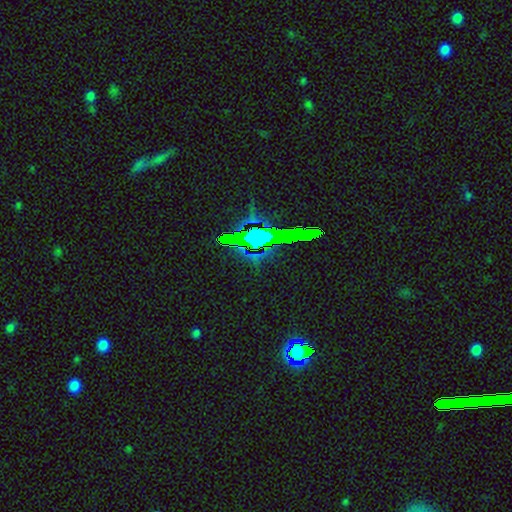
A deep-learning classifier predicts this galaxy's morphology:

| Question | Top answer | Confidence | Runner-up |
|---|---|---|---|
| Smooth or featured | star or artifact | 69% | featured or disk (16%) |